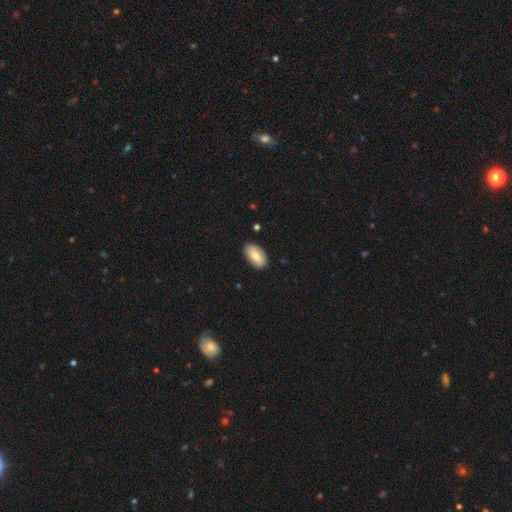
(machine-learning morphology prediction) type=smooth (77%); roundness=in between (94%); merging=none (87%).